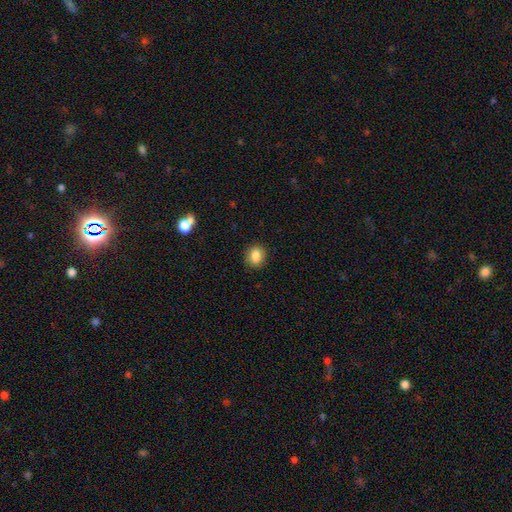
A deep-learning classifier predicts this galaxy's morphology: A smooth galaxy with no disk features (86%) that is round (59%).

Vote fractions:
- Smooth or featured? smooth: 86% / star or artifact: 9% / featured or disk: 5%
- How rounded? round: 59% / in between: 40% / cigar-shaped: 1%
- Merging? none: 89% / minor disturbance: 8% / major disturbance: 2% / merger: 1%